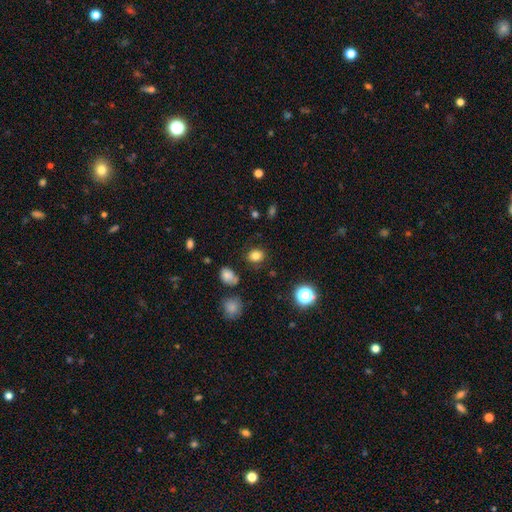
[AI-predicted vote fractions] smooth-or-featured: smooth: 80% | star or artifact: 13% | featured or disk: 7%
  how-rounded: round: 52% | in between: 47% | cigar-shaped: 1%
  merging: none: 83% | minor disturbance: 11% | major disturbance: 3% | merger: 2%